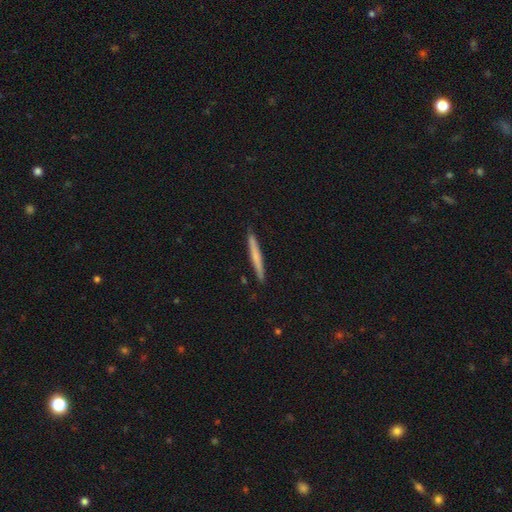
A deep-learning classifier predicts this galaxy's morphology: Smooth or featured?
  - smooth: 60% *
  - featured or disk: 34%
  - star or artifact: 6%
How rounded?
  - cigar-shaped: 96% *
  - in between: 2%
  - round: 1%
Merging?
  - none: 90% *
  - minor disturbance: 8%
  - major disturbance: 1%
  - merger: 1%